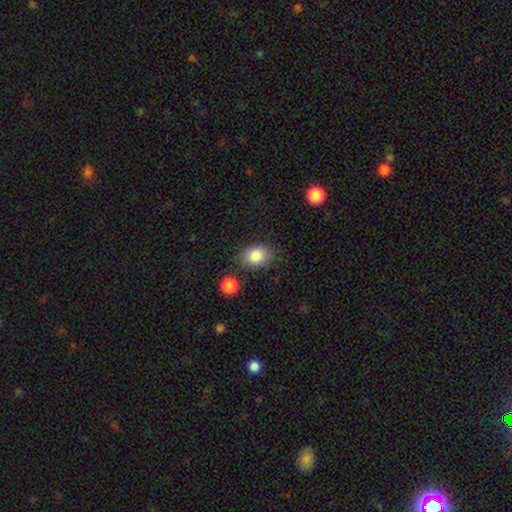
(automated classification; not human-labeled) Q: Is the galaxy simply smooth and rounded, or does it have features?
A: smooth — 86%.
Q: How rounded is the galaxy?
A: in between — 71%.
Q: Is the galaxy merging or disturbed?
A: none — 76%.